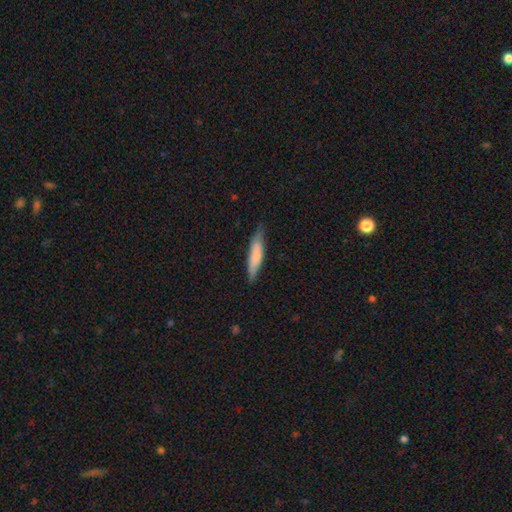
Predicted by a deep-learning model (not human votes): smooth-or-featured: smooth: 73% | featured or disk: 21% | star or artifact: 5%
  how-rounded: cigar-shaped: 83% | in between: 16% | round: 1%
  merging: none: 76% | minor disturbance: 20% | major disturbance: 3% | merger: 1%